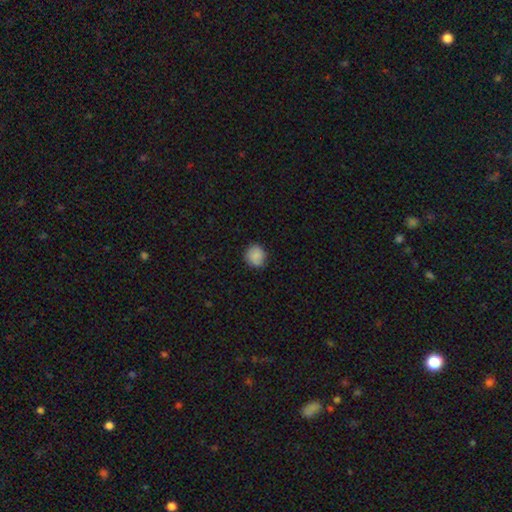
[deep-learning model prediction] Smooth or featured? Predicted: smooth (p=0.87). How rounded? Predicted: round (p=0.86). Merging? Predicted: none (p=0.84).